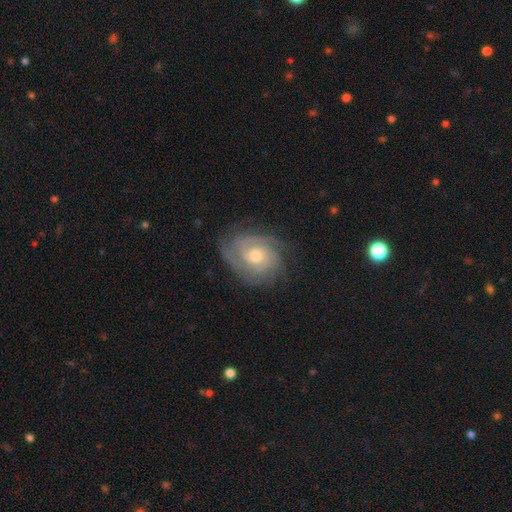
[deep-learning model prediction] Smooth or featured? featured or disk (88%)
Edge-on disk? no (97%)
Bar? no (71%)
Spiral arms? yes (98%)
Spiral winding? tight (76%)
Spiral arm count? 3 (32%)
Bulge size? moderate (67%)
Merging? none (79%)